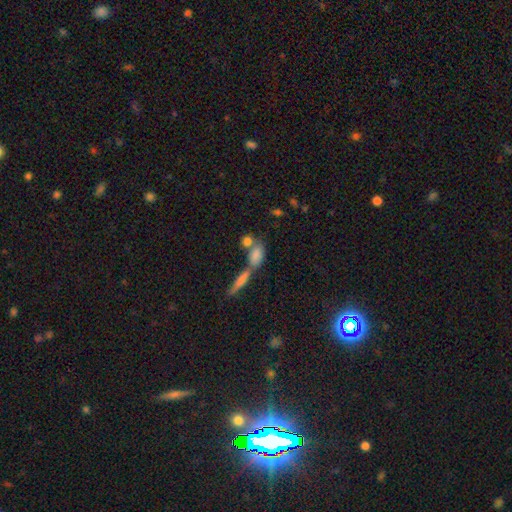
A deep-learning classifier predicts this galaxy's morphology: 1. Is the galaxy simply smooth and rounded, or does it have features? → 76% smooth, 15% featured or disk, 10% star or artifact.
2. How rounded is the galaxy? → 72% in between, 16% cigar-shaped, 12% round.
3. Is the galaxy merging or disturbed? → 45% merger, 38% none, 11% minor disturbance, 6% major disturbance.